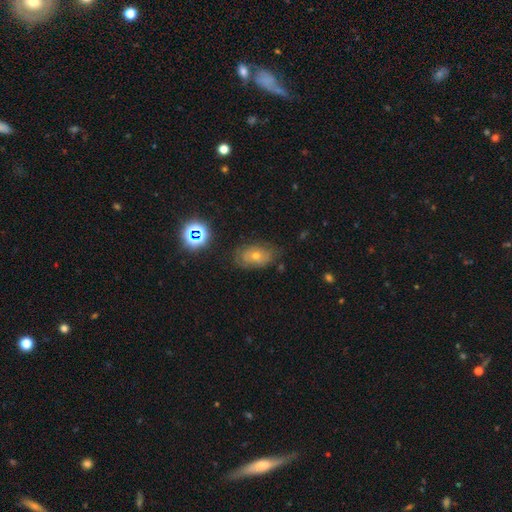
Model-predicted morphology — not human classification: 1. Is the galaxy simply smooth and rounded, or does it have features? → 43% smooth, 39% featured or disk, 18% star or artifact.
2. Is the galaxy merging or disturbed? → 66% none, 24% minor disturbance, 8% major disturbance, 2% merger.